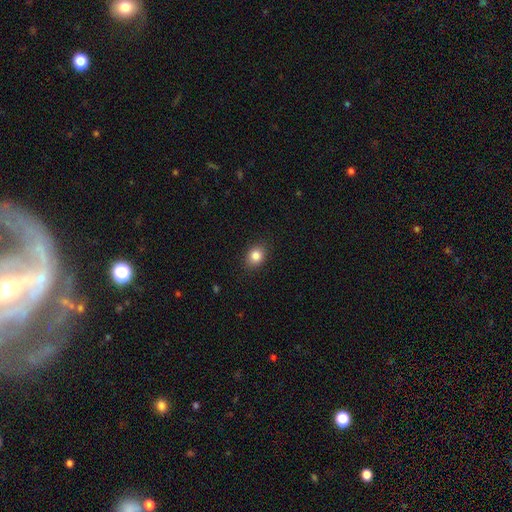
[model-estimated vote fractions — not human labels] smooth-or-featured: smooth: 85% | star or artifact: 10% | featured or disk: 5%
  how-rounded: round: 50% | in between: 49% | cigar-shaped: 1%
  merging: none: 88% | minor disturbance: 9% | major disturbance: 2% | merger: 1%